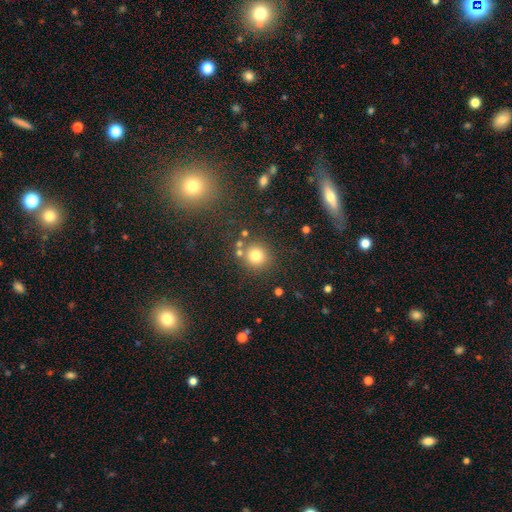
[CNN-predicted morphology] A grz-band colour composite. It shows a smooth galaxy with no disk features (78%) that is round (90%). Merging: none (76%).